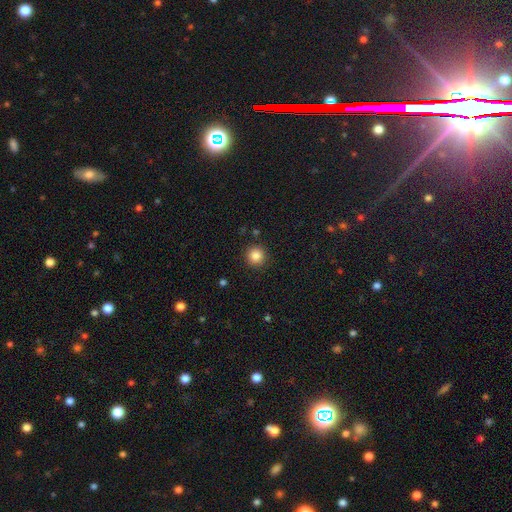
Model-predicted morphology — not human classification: This appears to be a smooth galaxy with no disk features (85%) that is round (95%). Merging: none (90%).